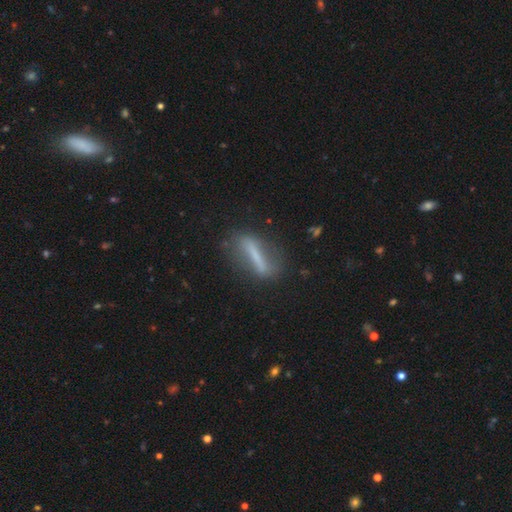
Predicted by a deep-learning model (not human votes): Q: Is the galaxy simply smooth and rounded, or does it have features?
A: featured or disk — 48%.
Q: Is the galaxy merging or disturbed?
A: none — 75%.